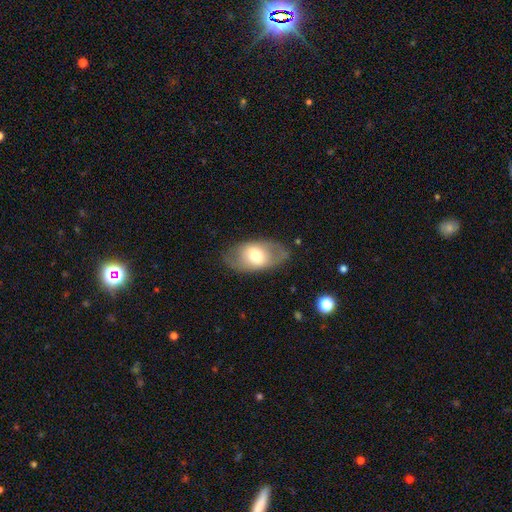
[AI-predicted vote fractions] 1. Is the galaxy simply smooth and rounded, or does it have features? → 54% smooth, 39% featured or disk, 7% star or artifact.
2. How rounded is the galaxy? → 89% in between, 8% round, 2% cigar-shaped.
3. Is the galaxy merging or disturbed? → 76% none, 16% minor disturbance, 7% major disturbance, 1% merger.